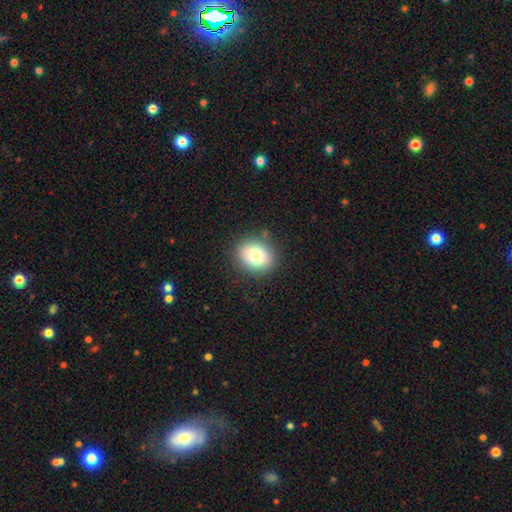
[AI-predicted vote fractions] Q: Smooth or featured?
A: smooth (78%); runner-up: featured or disk (12%)
Q: How rounded?
A: round (56%); runner-up: in between (43%)
Q: Merging?
A: none (86%); runner-up: minor disturbance (10%)